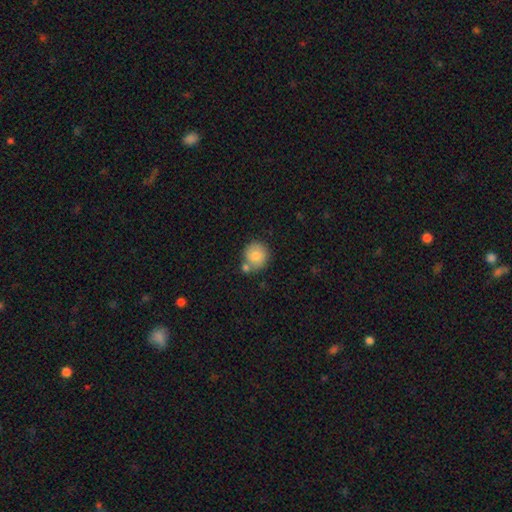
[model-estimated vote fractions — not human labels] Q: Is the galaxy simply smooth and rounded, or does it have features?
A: smooth — 78%.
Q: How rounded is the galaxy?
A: round — 90%.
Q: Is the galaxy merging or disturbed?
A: none — 59%.